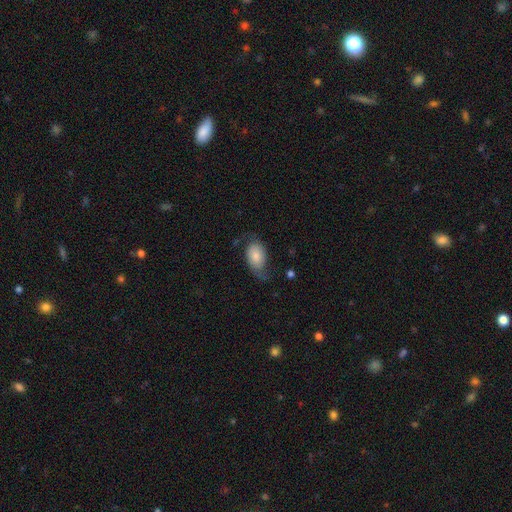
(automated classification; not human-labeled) Smooth or featured? smooth (57%)
How rounded? in between (89%)
Merging? none (51%)